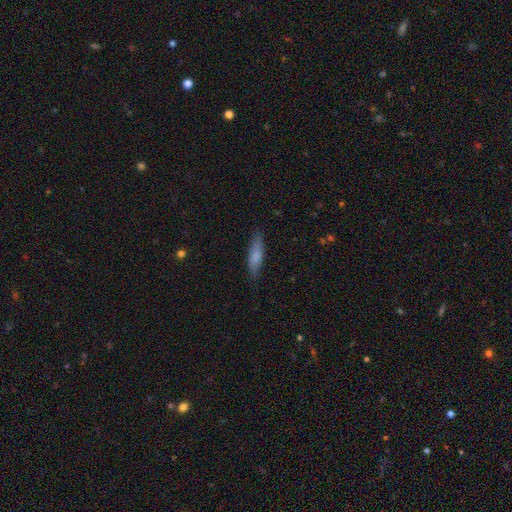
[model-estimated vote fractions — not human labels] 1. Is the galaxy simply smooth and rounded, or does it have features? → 78% smooth, 15% featured or disk, 6% star or artifact.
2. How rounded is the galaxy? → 63% cigar-shaped, 36% in between, 2% round.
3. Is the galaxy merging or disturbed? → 81% none, 15% minor disturbance, 3% major disturbance, 1% merger.